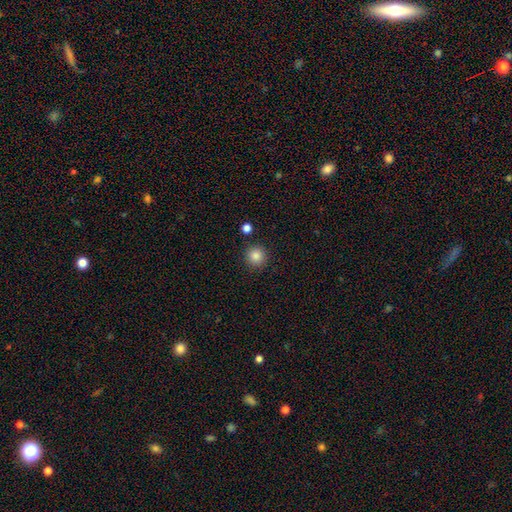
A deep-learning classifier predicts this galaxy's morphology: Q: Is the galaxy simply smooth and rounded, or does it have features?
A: smooth — 86%.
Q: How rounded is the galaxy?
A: round — 94%.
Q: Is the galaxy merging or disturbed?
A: none — 88%.